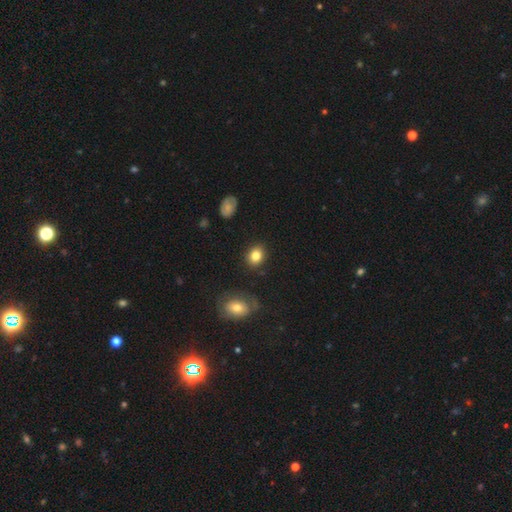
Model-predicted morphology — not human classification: Overall: smooth (84%). How rounded: round (51%; in between 48%). Merging: none (87%).